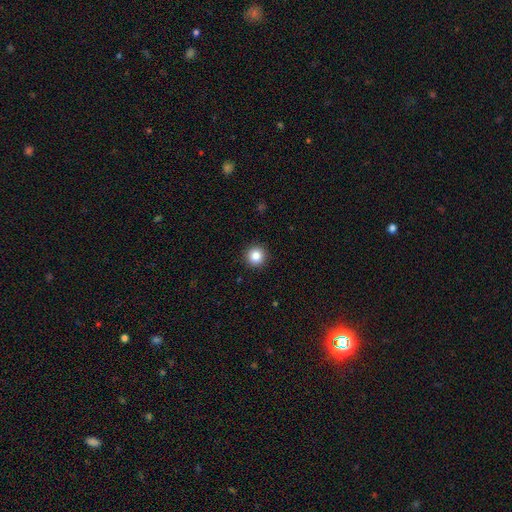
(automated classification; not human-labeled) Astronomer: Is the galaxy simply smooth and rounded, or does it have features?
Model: smooth — 85%.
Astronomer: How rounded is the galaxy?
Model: round — 96%.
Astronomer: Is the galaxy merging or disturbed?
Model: none — 93%.